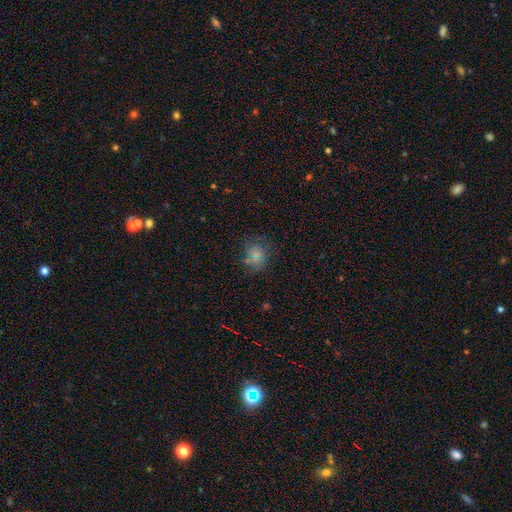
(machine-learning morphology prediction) type=smooth (63%); roundness=round (70%); merging=none (71%).